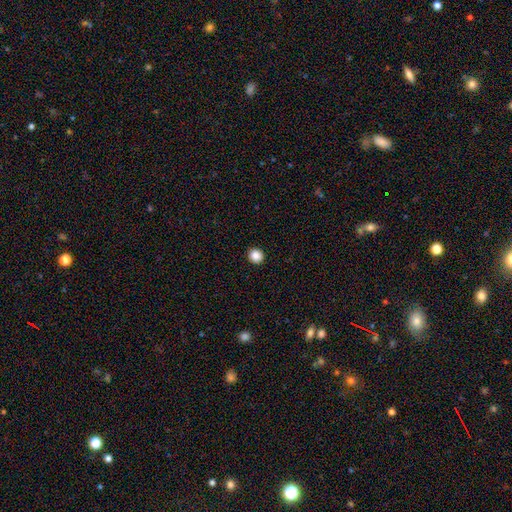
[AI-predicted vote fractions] A smooth galaxy with no disk features (87%) that is round (93%).

Vote fractions:
- Smooth or featured? smooth: 87% / star or artifact: 10% / featured or disk: 2%
- How rounded? round: 93% / in between: 6% / cigar-shaped: 1%
- Merging? none: 94% / minor disturbance: 4% / major disturbance: 1% / merger: 1%